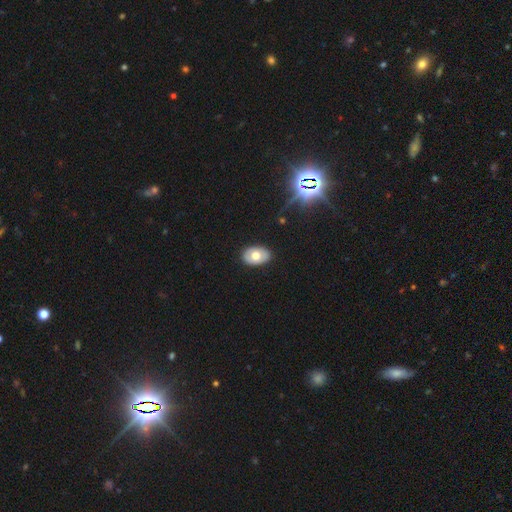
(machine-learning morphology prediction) A smooth galaxy with no disk features (62%) that is in between round and cigar-shaped (86%).

Vote fractions:
- Smooth or featured? smooth: 62% / featured or disk: 31% / star or artifact: 7%
- How rounded? in between: 86% / round: 13% / cigar-shaped: 1%
- Merging? none: 86% / minor disturbance: 10% / major disturbance: 2% / merger: 1%